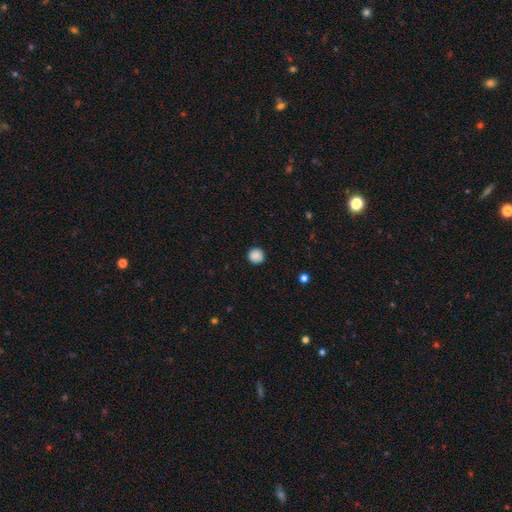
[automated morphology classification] A smooth galaxy with no disk features (88%) that is round (95%).

Vote fractions:
- Smooth or featured? smooth: 88% / star or artifact: 9% / featured or disk: 3%
- How rounded? round: 95% / in between: 4% / cigar-shaped: 1%
- Merging? none: 90% / minor disturbance: 7% / major disturbance: 2% / merger: 1%